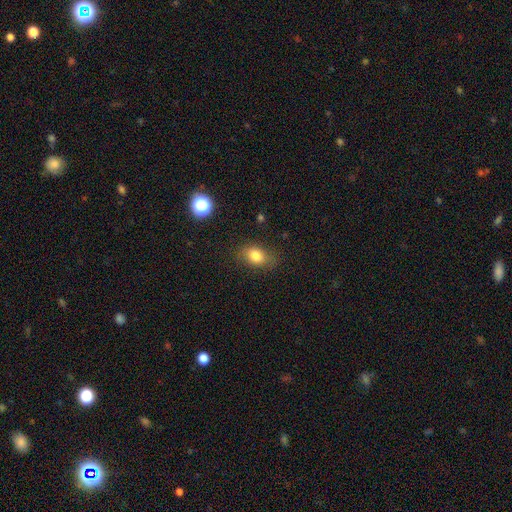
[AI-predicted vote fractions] Smooth or featured: smooth — 80% (star or artifact — 10%)
How rounded: in between — 76% (round — 22%)
Merging: none — 78% (minor disturbance — 16%)